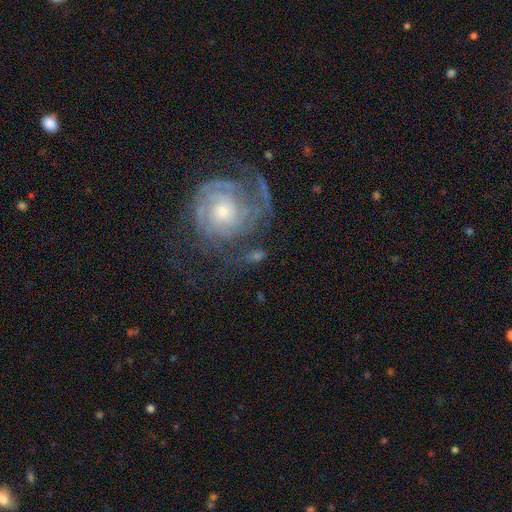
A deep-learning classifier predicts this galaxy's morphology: A featured or disk galaxy (82%) with no bar (75%), tight (69%) spiral arms (94%) and a small central bulge (52%).

Vote fractions:
- Smooth or featured? featured or disk: 82% / smooth: 10% / star or artifact: 8%
- Edge-on disk? no: 97% / yes: 3%
- Bar? no: 75% / weak: 20% / strong: 6%
- Spiral arms? yes: 94% / no: 6%
- Spiral winding? tight: 69% / medium: 23% / loose: 7%
- Spiral arm count? can't tell: 29% / 2: 27% / 3: 18% / 4: 11% / more than 4: 8% / 1: 8%
- Bulge size? small: 52% / moderate: 39% / large: 5% / none: 3% / dominant: 2%
- Merging? none: 61% / minor disturbance: 17% / major disturbance: 17% / merger: 4%